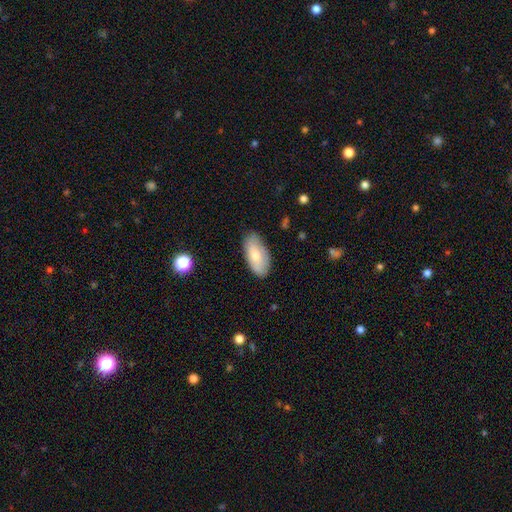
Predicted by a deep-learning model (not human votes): Smooth or featured?
  - smooth: 73% *
  - featured or disk: 20%
  - star or artifact: 7%
How rounded?
  - in between: 92% *
  - cigar-shaped: 5%
  - round: 3%
Merging?
  - none: 80% *
  - minor disturbance: 15%
  - major disturbance: 3%
  - merger: 1%